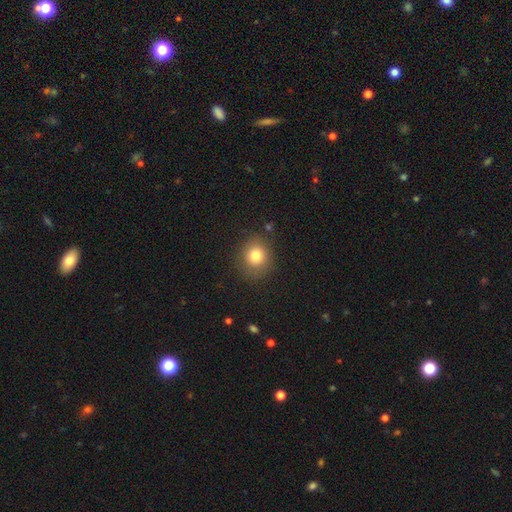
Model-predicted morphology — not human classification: Smooth or featured? smooth (79%)
How rounded? round (80%)
Merging? none (83%)